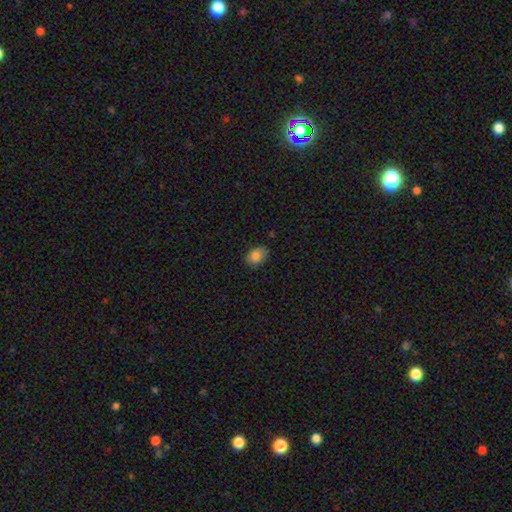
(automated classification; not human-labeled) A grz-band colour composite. It shows a smooth galaxy with no disk features (85%) that is in between round and cigar-shaped (74%). Merging: none (79%).